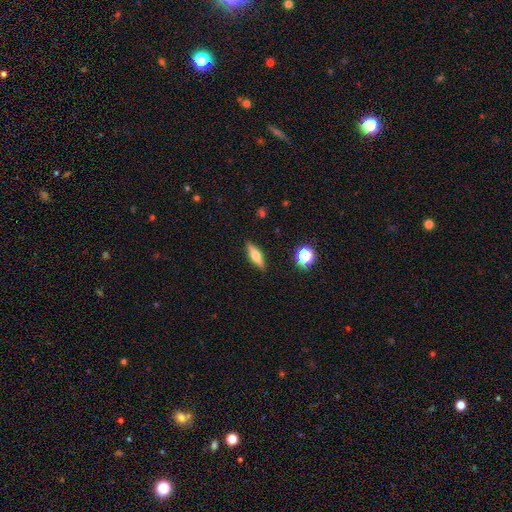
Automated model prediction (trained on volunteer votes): This is possibly a smooth galaxy (50%). Merging: clearly none (89%).